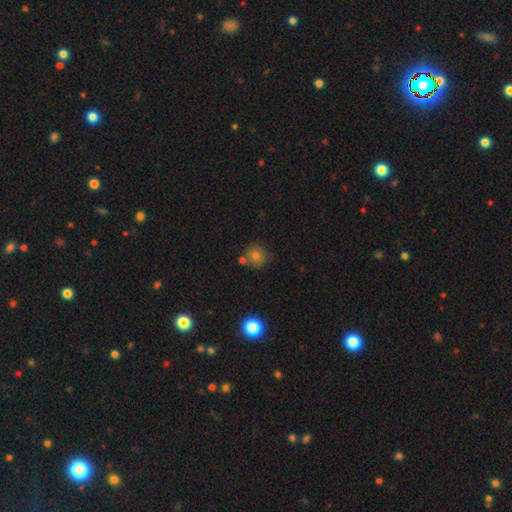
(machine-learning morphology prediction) A smooth galaxy with no disk features (75%) that is round (89%).

Vote fractions:
- Smooth or featured? smooth: 75% / star or artifact: 14% / featured or disk: 11%
- How rounded? round: 89% / in between: 10% / cigar-shaped: 1%
- Merging? none: 69% / merger: 14% / minor disturbance: 13% / major disturbance: 4%